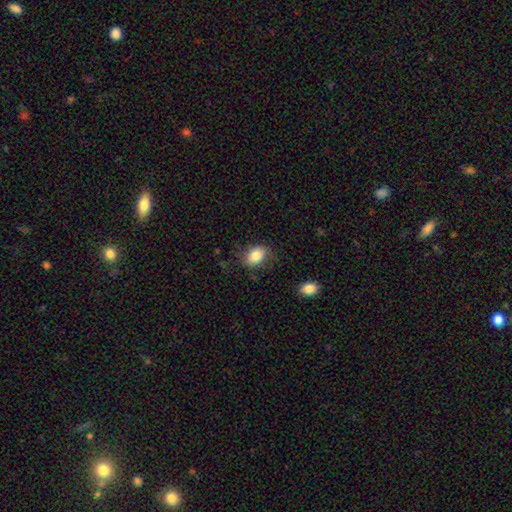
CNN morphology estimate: type=smooth (82%); roundness=in between (76%); merging=none (72%).